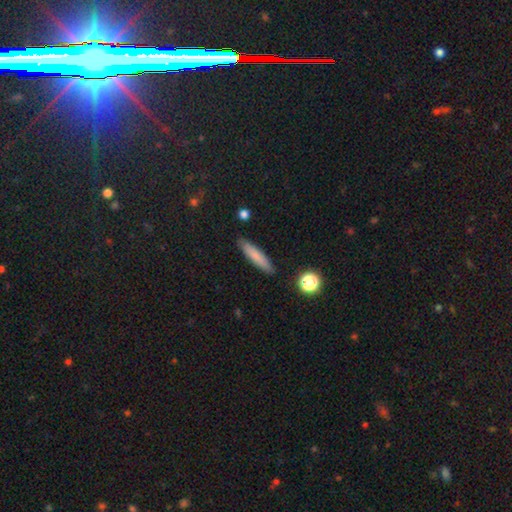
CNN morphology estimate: Smooth or featured: smooth — 77% (featured or disk — 15%)
How rounded: cigar-shaped — 86% (in between — 12%)
Merging: none — 89% (minor disturbance — 8%)